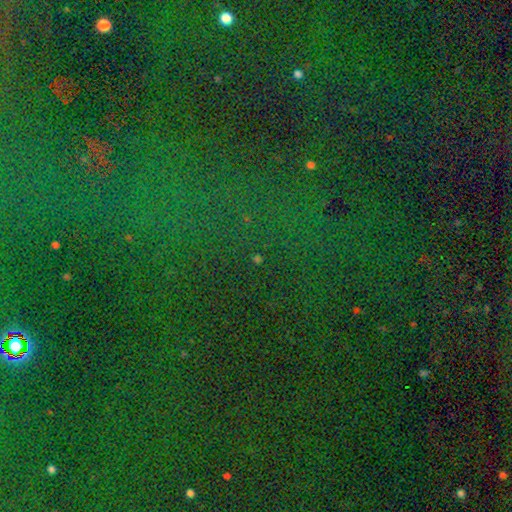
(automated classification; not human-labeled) Q: Smooth or featured?
A: star or artifact (81%); runner-up: smooth (10%)